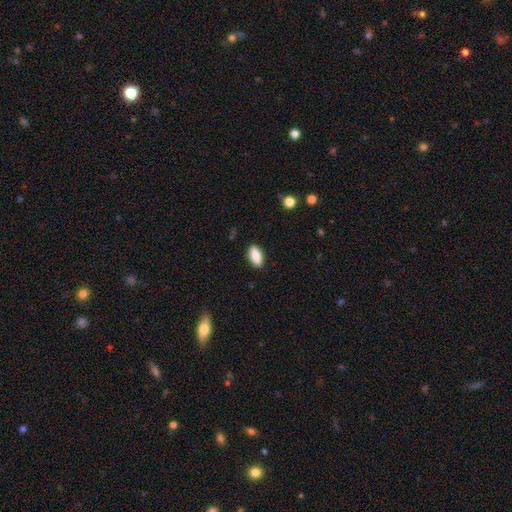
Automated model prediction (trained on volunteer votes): This appears to be a smooth galaxy with no disk features (86%) that is in between round and cigar-shaped (87%). Merging: none (89%).